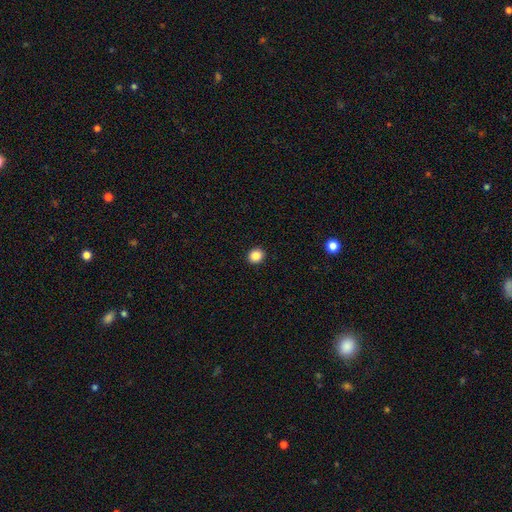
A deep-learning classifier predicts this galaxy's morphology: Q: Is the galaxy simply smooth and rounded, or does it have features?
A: smooth — 87%.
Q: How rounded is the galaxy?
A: round — 82%.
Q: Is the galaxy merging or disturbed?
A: none — 93%.